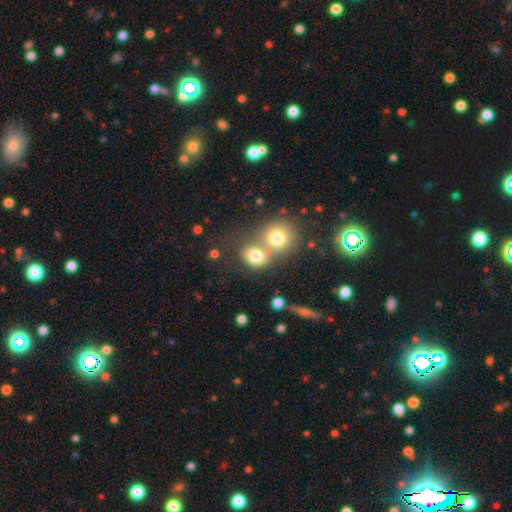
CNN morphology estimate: A smooth galaxy with no disk features (76%) that is round (65%). Merging: merger (57%).